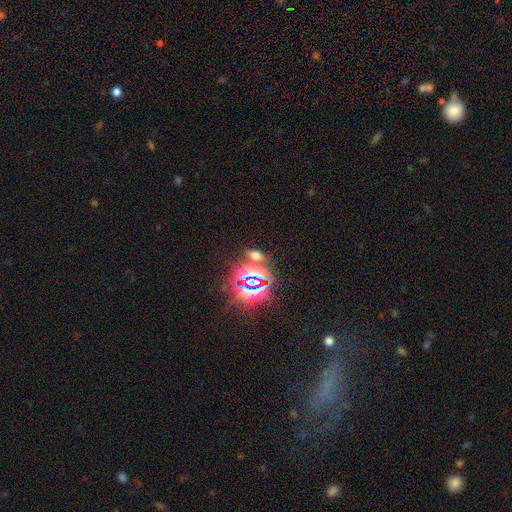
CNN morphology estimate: smooth_or_featured: star or artifact (p=0.79) [alt: smooth p=0.13]